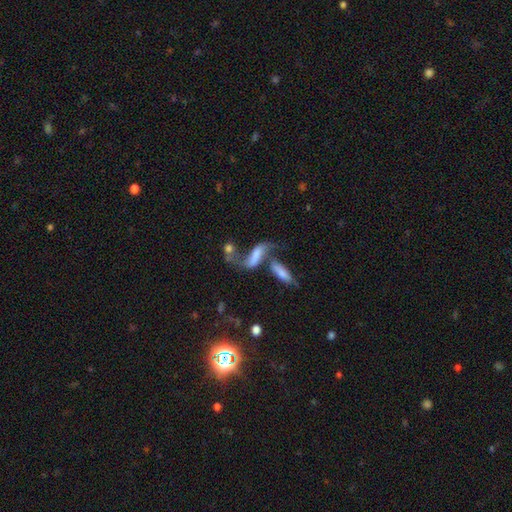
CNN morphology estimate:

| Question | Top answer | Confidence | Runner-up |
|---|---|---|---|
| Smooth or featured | featured or disk | 51% | smooth (38%) |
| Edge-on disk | no | 86% | yes (14%) |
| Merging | merger | 44% | none (28%) |